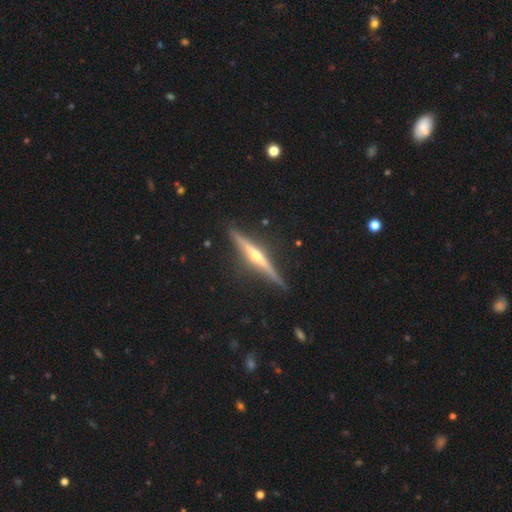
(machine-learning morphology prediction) Smooth or featured: featured or disk — 82% (smooth — 13%)
Edge-on disk: yes — 98% (no — 2%)
Edge-on bulge: rounded — 87% (none — 9%)
Merging: none — 88% (minor disturbance — 9%)